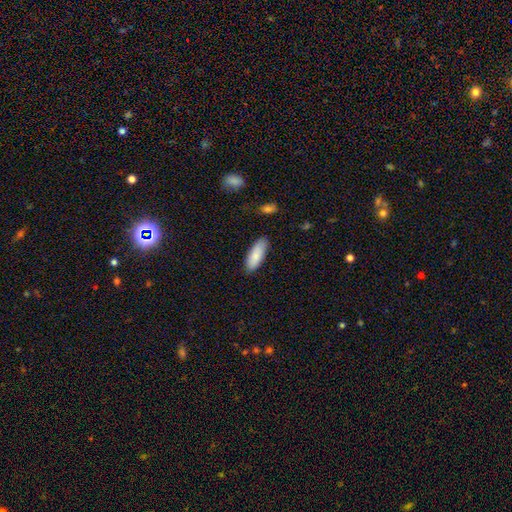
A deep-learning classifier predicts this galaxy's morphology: Smooth or featured: smooth — 86% (featured or disk — 8%)
How rounded: in between — 71% (cigar-shaped — 27%)
Merging: none — 86% (minor disturbance — 11%)